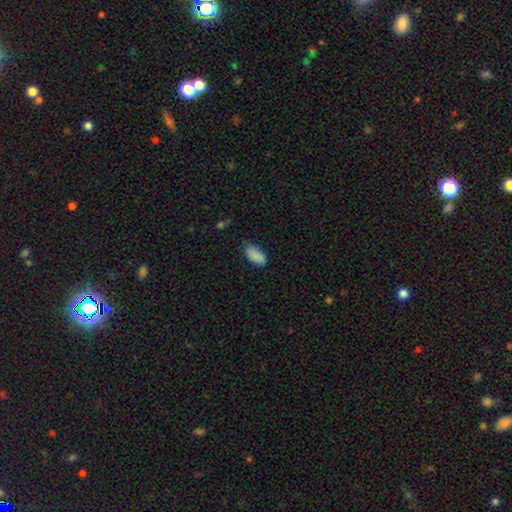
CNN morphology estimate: smooth 86%, star or artifact 7%, featured or disk 7%. Down the decision tree: how rounded — in between (92%); merging — none (68%).